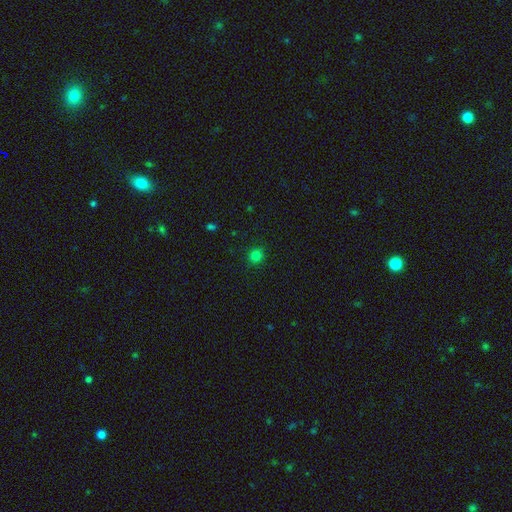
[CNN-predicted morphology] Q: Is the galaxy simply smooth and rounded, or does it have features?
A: smooth — 81%.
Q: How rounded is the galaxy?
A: round — 88%.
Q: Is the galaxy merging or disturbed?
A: none — 90%.